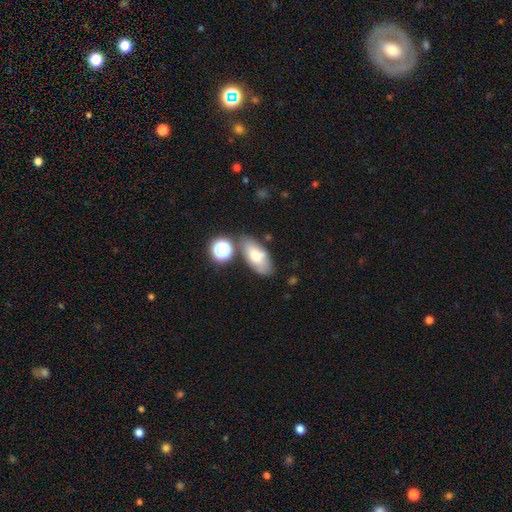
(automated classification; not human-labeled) Smooth or featured?
  - smooth: 67% *
  - featured or disk: 22%
  - star or artifact: 11%
How rounded?
  - in between: 85% *
  - cigar-shaped: 8%
  - round: 7%
Merging?
  - none: 69% *
  - minor disturbance: 15%
  - merger: 11%
  - major disturbance: 5%